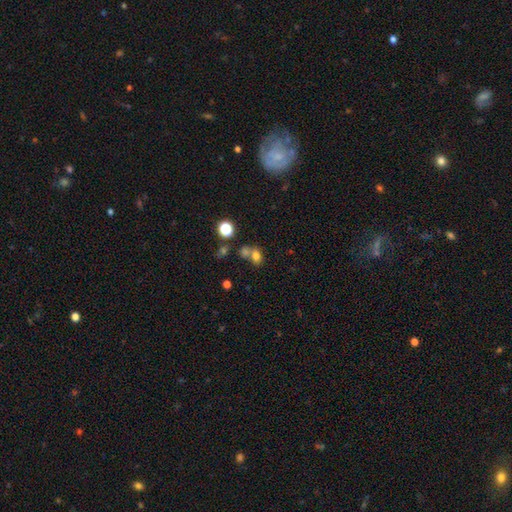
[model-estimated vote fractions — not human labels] Q: Smooth or featured?
A: smooth (73%); runner-up: star or artifact (17%)
Q: How rounded?
A: in between (50%); runner-up: round (48%)
Q: Merging?
A: none (42%); tied with: merger (42%)